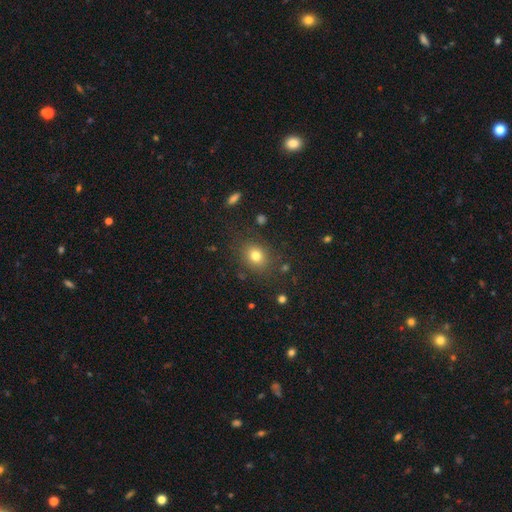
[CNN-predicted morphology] smooth 78%, star or artifact 14%, featured or disk 8%. Down the decision tree: how rounded — round (58%); merging — none (82%).